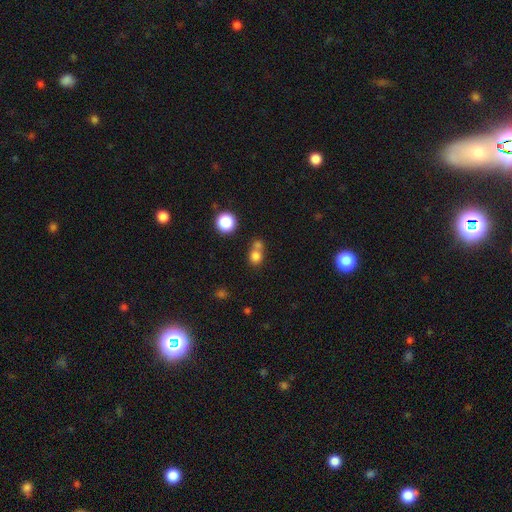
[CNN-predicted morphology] smooth 77%, star or artifact 15%, featured or disk 9%. Down the decision tree: how rounded — round (74%); merging — merger (45%).